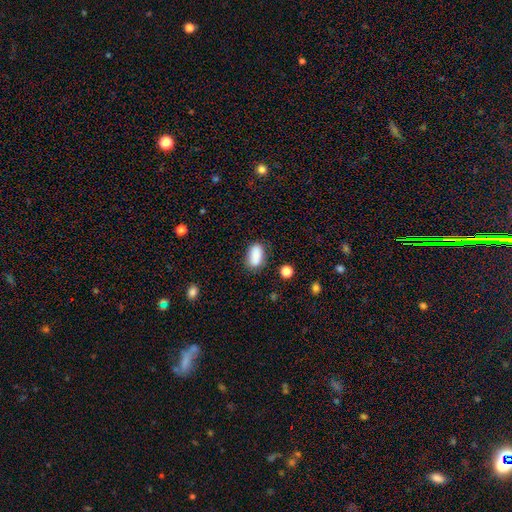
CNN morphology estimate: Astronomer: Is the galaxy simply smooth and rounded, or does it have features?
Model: smooth — 85%.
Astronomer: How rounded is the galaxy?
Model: in between — 90%.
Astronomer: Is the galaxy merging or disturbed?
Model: none — 72%.